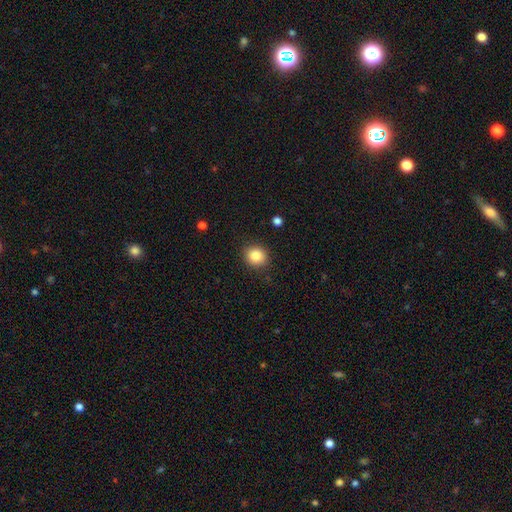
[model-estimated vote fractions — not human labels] Smooth or featured?
  - smooth: 86% *
  - star or artifact: 10%
  - featured or disk: 5%
How rounded?
  - round: 81% *
  - in between: 18%
  - cigar-shaped: 1%
Merging?
  - none: 88% *
  - minor disturbance: 8%
  - major disturbance: 3%
  - merger: 1%